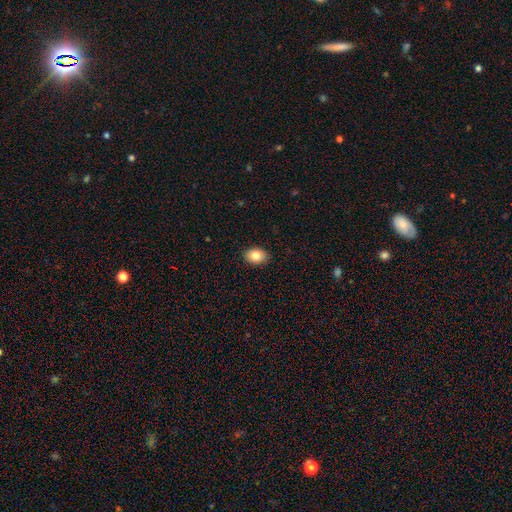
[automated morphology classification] Overall: smooth (84%). How rounded: in between (73%). Merging: none (89%).